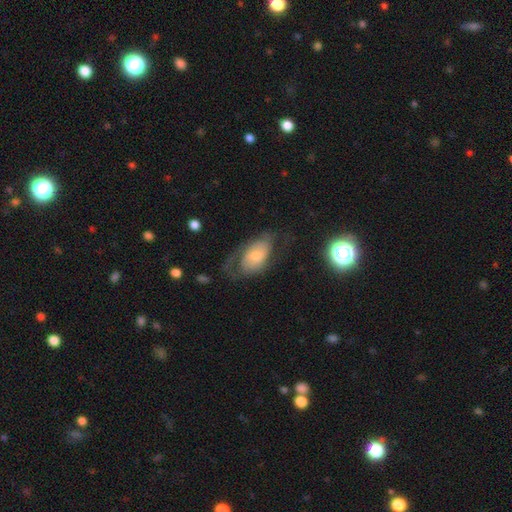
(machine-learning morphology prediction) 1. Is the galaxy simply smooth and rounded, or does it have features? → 50% featured or disk, 42% smooth, 8% star or artifact.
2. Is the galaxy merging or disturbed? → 45% none, 29% major disturbance, 23% minor disturbance, 2% merger.